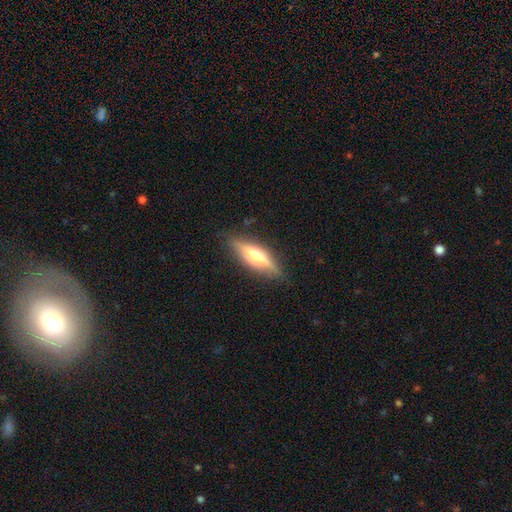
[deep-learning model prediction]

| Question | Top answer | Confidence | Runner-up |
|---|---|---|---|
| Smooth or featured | featured or disk | 60% | smooth (33%) |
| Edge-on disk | yes | 92% | no (8%) |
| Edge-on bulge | rounded | 84% | boxy (10%) |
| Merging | none | 85% | minor disturbance (11%) |